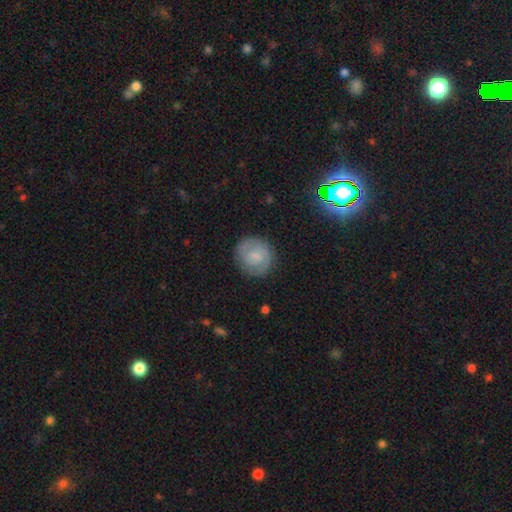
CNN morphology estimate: This is possibly a smooth galaxy (47%). Merging: clearly none (83%).